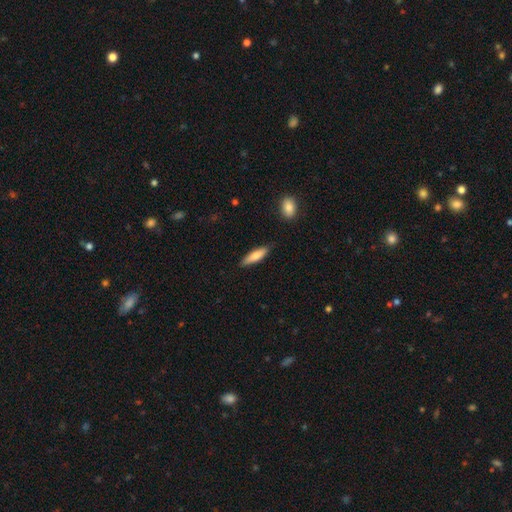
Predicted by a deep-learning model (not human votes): A smooth galaxy with no disk features (77%) that is cigar-shaped (68%).

Vote fractions:
- Smooth or featured? smooth: 77% / featured or disk: 18% / star or artifact: 6%
- How rounded? cigar-shaped: 68% / in between: 30% / round: 2%
- Merging? none: 83% / minor disturbance: 12% / major disturbance: 2% / merger: 2%